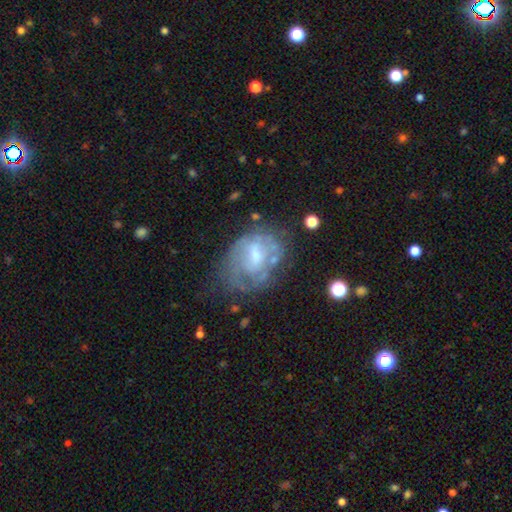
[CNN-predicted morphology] The model was most divided on "spiral arms": no: 52%, yes: 48%. Remaining: edge-on disk — no (96%); smooth or featured — featured or disk (65%); bar — weak (47%); bulge size — moderate (45%); merging — none (45%).